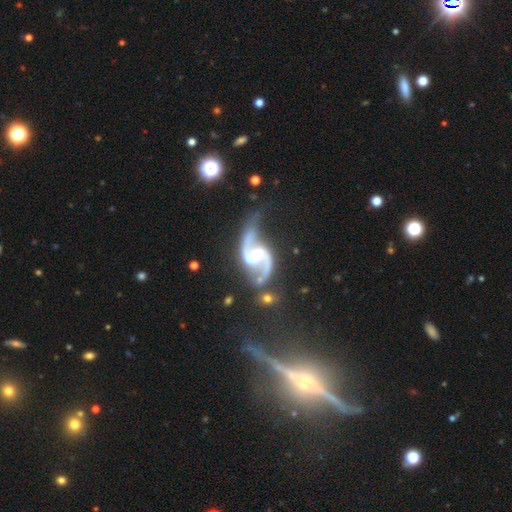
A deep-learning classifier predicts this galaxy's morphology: This is clearly a featured or disk galaxy (92%). It is clearly not viewed edge-on (98%). Bar: possibly weak (48%). Spiral arm pattern: clearly yes (98%). Spiral arm count: clearly 2 (94%). Spiral winding: possibly loose (60%). Central bulge: marginally moderate (45%). Merging: possibly none (57%).